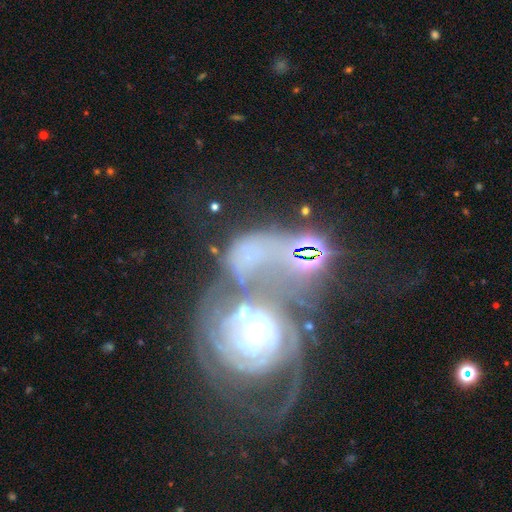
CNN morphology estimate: Q: Smooth or featured?
A: featured or disk (72%); runner-up: star or artifact (16%)
Q: Edge-on disk?
A: no (96%); runner-up: yes (4%)
Q: Bar?
A: no (74%); runner-up: weak (17%)
Q: Spiral arms?
A: yes (67%); runner-up: no (33%)
Q: Bulge size?
A: moderate (51%); runner-up: large (20%)
Q: Merging?
A: merger (46%); runner-up: major disturbance (31%)